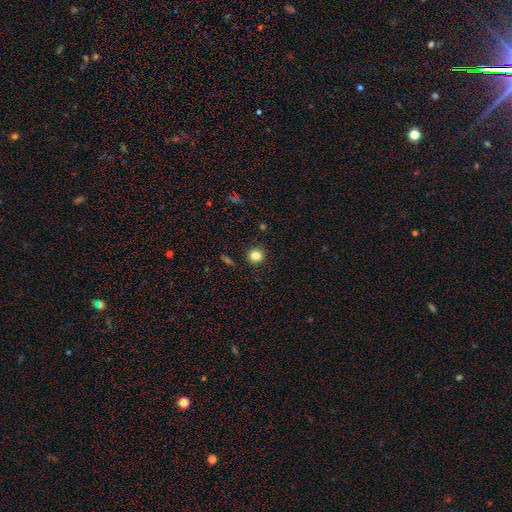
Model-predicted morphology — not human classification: type=smooth (82%); roundness=round (87%); merging=none (89%).